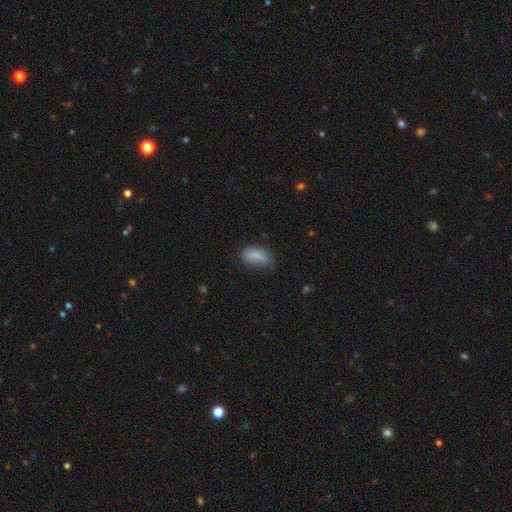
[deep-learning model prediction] Smooth or featured? smooth (83%)
How rounded? in between (88%)
Merging? none (55%)